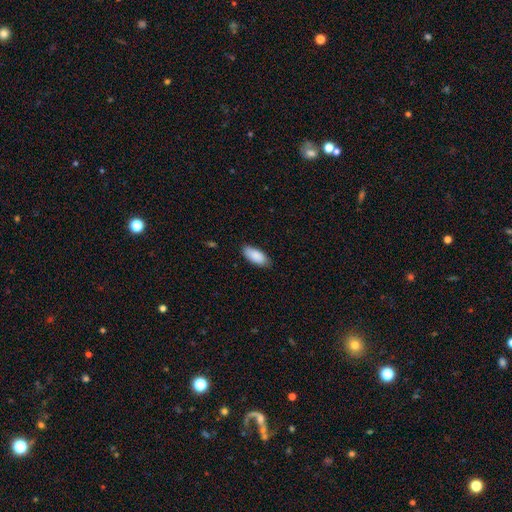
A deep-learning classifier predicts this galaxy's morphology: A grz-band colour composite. It shows a smooth galaxy with no disk features (89%) that is in between round and cigar-shaped (88%). Merging: none (83%).